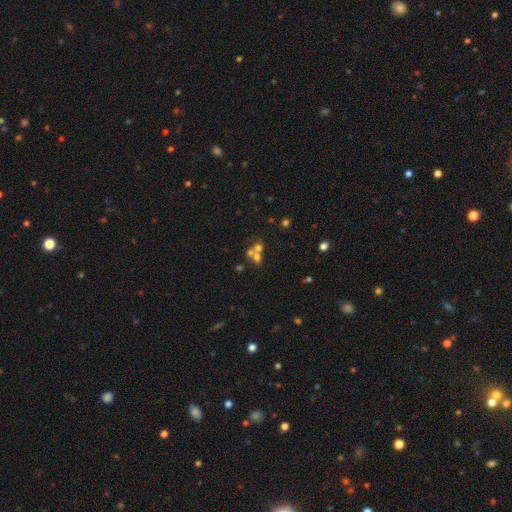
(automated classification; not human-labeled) The model was most divided on "merging": merger: 58%, none: 31%, minor disturbance: 6%, major disturbance: 5%. More confident: how rounded — round (72%); smooth or featured — smooth (53%).